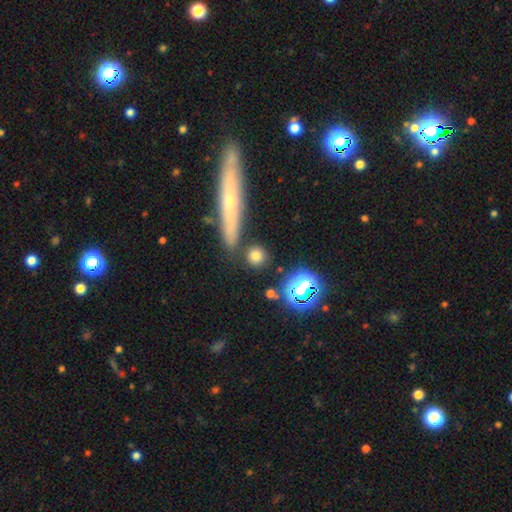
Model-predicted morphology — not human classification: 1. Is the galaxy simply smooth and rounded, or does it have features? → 76% smooth, 14% star or artifact, 9% featured or disk.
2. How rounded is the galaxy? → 84% round, 11% in between, 5% cigar-shaped.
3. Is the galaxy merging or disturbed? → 82% none, 8% minor disturbance, 6% merger, 3% major disturbance.